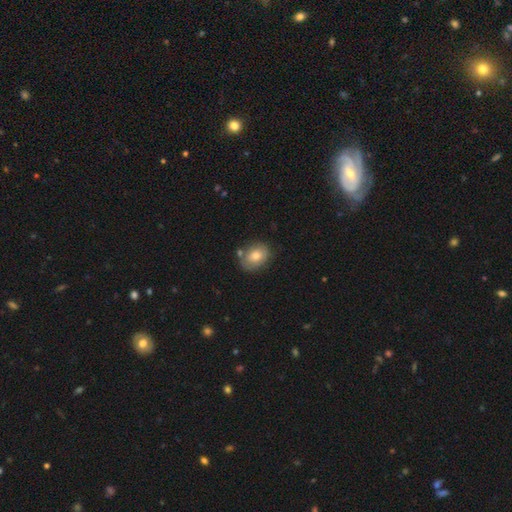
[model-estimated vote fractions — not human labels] smooth 71%, featured or disk 20%, star or artifact 8%. Down the decision tree: how rounded — in between (62%); merging — none (71%).